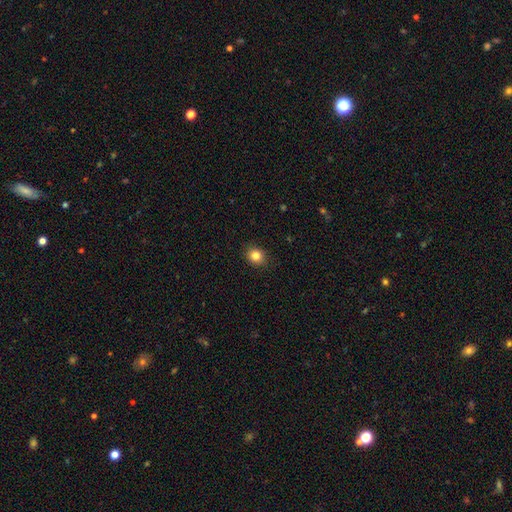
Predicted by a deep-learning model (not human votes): A smooth galaxy with no disk features (83%) that is round (75%). Merging: none (89%).